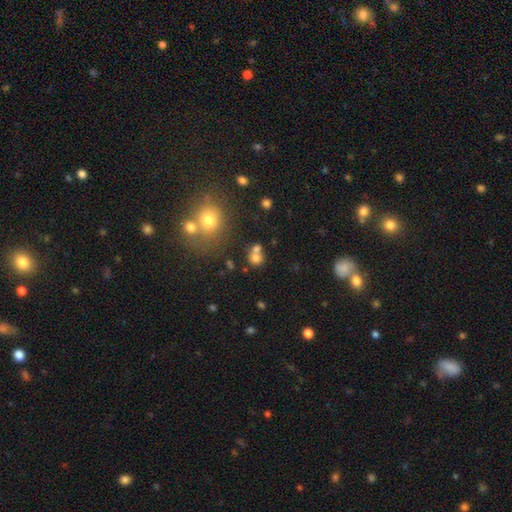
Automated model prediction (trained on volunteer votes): smooth_or_featured: smooth (p=0.71) [alt: star or artifact p=0.16]
how_rounded: round (p=0.79) [alt: in between p=0.20]
merging: none (p=0.45) [alt: merger p=0.43]